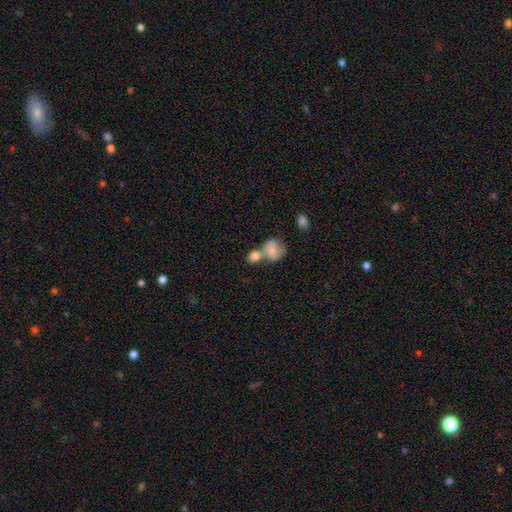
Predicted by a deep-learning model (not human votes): A smooth galaxy with no disk features (79%) that is in between round and cigar-shaped (50%).

Vote fractions:
- Smooth or featured? smooth: 79% / featured or disk: 13% / star or artifact: 8%
- How rounded? in between: 50% / round: 48% / cigar-shaped: 2%
- Merging? merger: 61% / none: 27% / minor disturbance: 8% / major disturbance: 4%